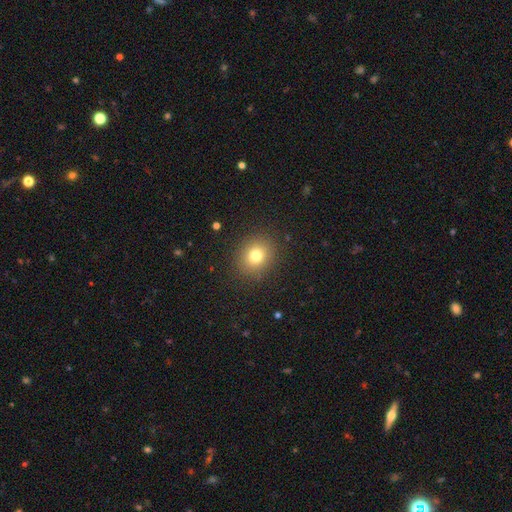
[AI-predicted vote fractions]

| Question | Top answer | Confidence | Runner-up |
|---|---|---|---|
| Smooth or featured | smooth | 77% | star or artifact (14%) |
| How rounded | round | 76% | in between (23%) |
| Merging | none | 89% | minor disturbance (7%) |